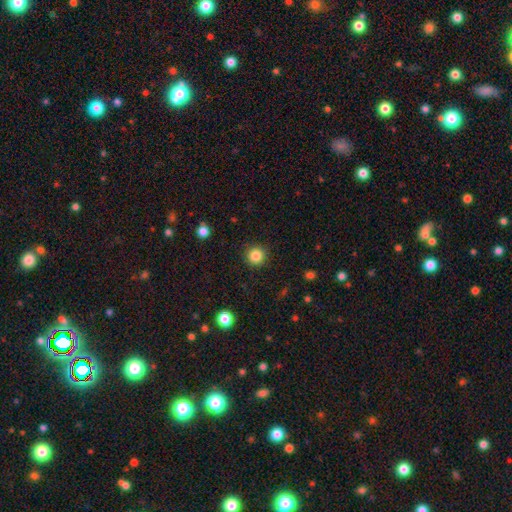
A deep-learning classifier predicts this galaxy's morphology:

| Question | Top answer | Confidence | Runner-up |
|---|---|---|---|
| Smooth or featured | smooth | 85% | star or artifact (11%) |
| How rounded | round | 95% | in between (4%) |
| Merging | none | 91% | minor disturbance (6%) |